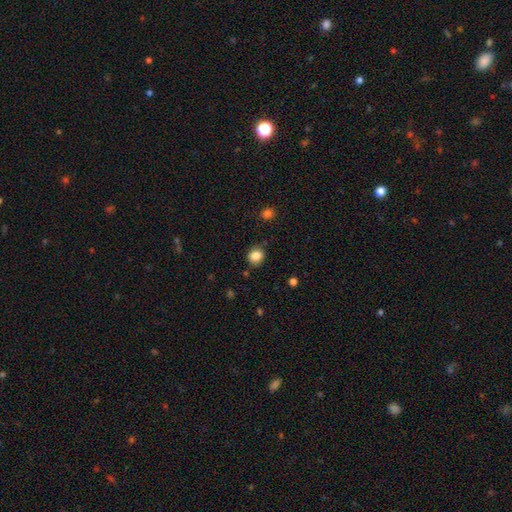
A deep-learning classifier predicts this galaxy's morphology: smooth_or_featured: smooth (p=0.83) [alt: star or artifact p=0.11]
how_rounded: round (p=0.82) [alt: in between p=0.17]
merging: none (p=0.87) [alt: minor disturbance p=0.09]